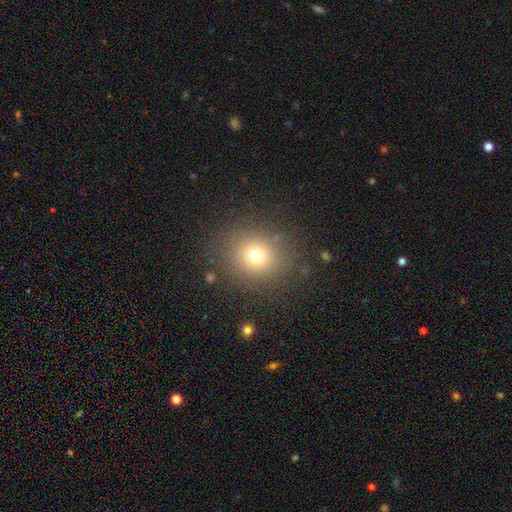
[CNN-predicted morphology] smooth-or-featured: smooth: 71% | star or artifact: 18% | featured or disk: 11%
  how-rounded: round: 81% | in between: 18% | cigar-shaped: 1%
  merging: none: 84% | minor disturbance: 9% | major disturbance: 5% | merger: 2%